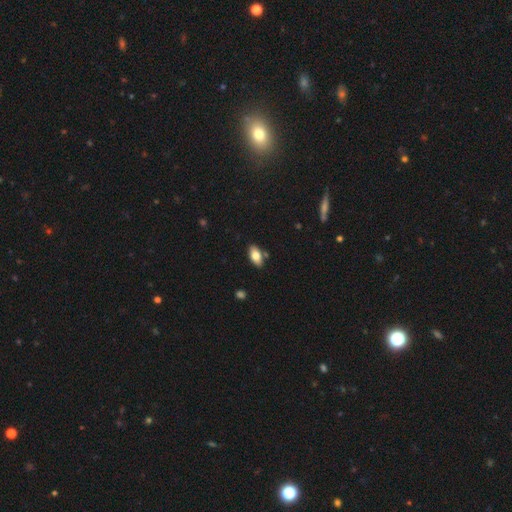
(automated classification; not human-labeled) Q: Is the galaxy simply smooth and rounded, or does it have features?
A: smooth — 78%.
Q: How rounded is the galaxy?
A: in between — 91%.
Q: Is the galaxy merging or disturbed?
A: none — 83%.